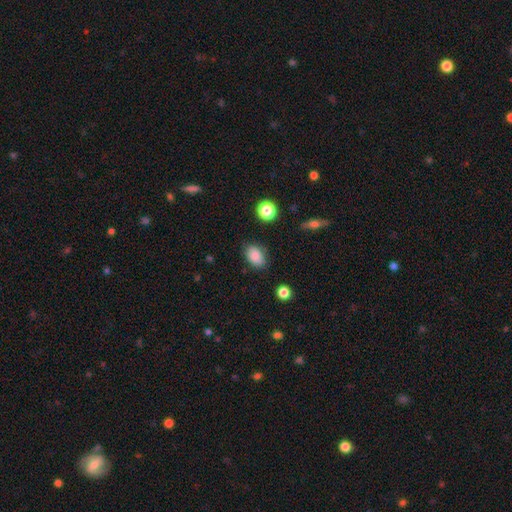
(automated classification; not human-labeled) A smooth galaxy with no disk features (86%) that is in between round and cigar-shaped (82%).

Vote fractions:
- Smooth or featured? smooth: 86% / star or artifact: 9% / featured or disk: 5%
- How rounded? in between: 82% / round: 17% / cigar-shaped: 1%
- Merging? none: 78% / minor disturbance: 16% / major disturbance: 4% / merger: 2%